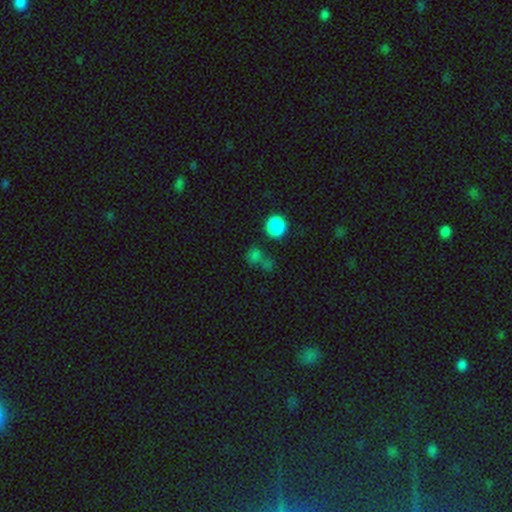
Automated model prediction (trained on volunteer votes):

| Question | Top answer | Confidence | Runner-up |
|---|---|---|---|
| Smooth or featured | smooth | 71% | star or artifact (22%) |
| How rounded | round | 74% | in between (24%) |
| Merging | none | 55% | merger (27%) |